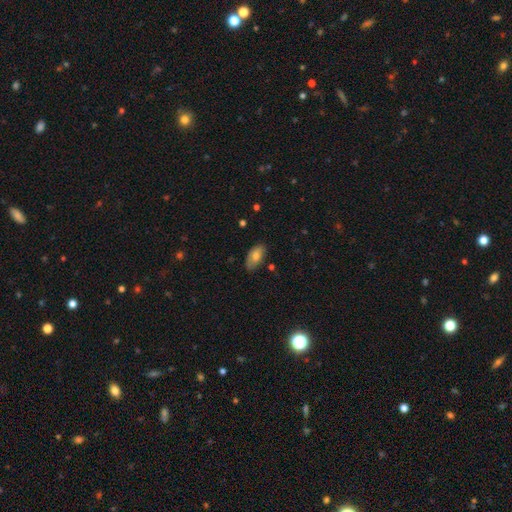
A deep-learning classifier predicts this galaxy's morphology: Q: Smooth or featured?
A: smooth (73%); runner-up: featured or disk (20%)
Q: How rounded?
A: in between (93%); runner-up: round (3%)
Q: Merging?
A: none (78%); runner-up: minor disturbance (18%)